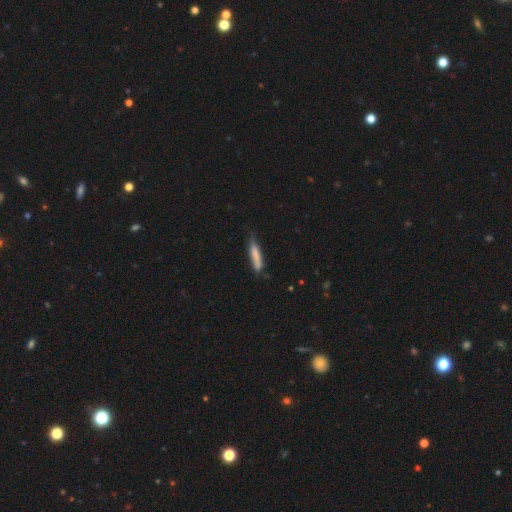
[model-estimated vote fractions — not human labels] smooth_or_featured: smooth (p=0.77) [alt: featured or disk p=0.16]
how_rounded: cigar-shaped (p=0.86) [alt: in between p=0.13]
merging: none (p=0.62) [alt: minor disturbance p=0.28]